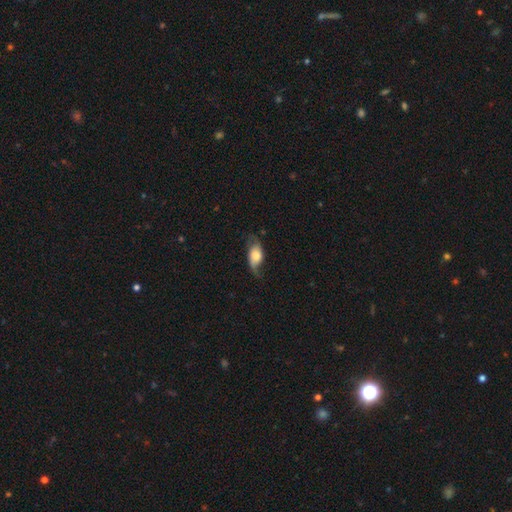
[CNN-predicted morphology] This appears to be a smooth galaxy with no disk features (47%). Merging: none (54%).